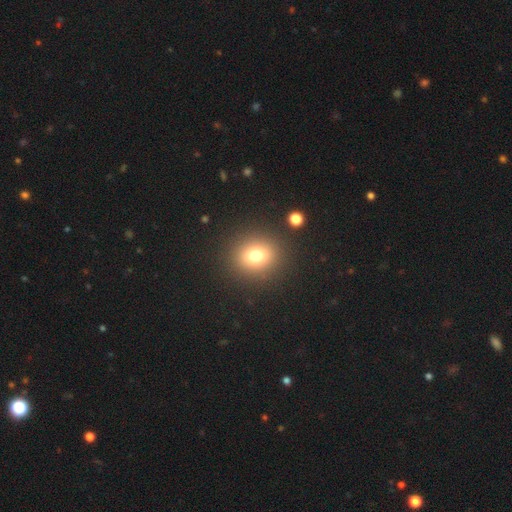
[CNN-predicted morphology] A smooth galaxy with no disk features (75%) that is round (75%).

Vote fractions:
- Smooth or featured? smooth: 75% / star or artifact: 15% / featured or disk: 10%
- How rounded? round: 75% / in between: 24% / cigar-shaped: 1%
- Merging? none: 88% / minor disturbance: 7% / major disturbance: 3% / merger: 2%